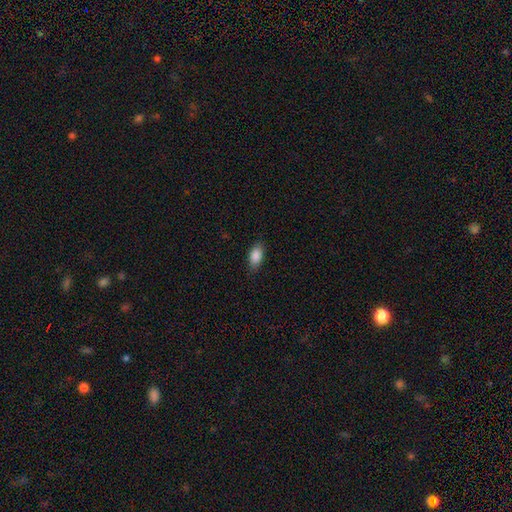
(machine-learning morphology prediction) Q: Smooth or featured?
A: smooth (87%); runner-up: star or artifact (7%)
Q: How rounded?
A: in between (90%); runner-up: cigar-shaped (5%)
Q: Merging?
A: none (83%); runner-up: minor disturbance (13%)